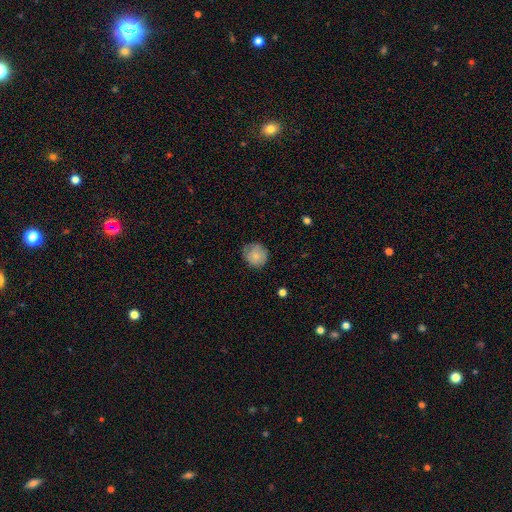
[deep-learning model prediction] Overall: smooth (79%). How rounded: round (89%). Merging: none (75%).